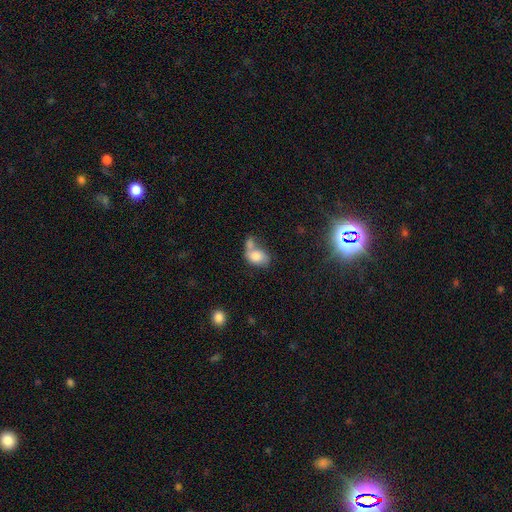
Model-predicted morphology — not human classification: The model was most divided on "merging": merger: 54%, none: 23%, minor disturbance: 13%, major disturbance: 9%. More confident: how rounded — in between (82%); smooth or featured — smooth (76%).